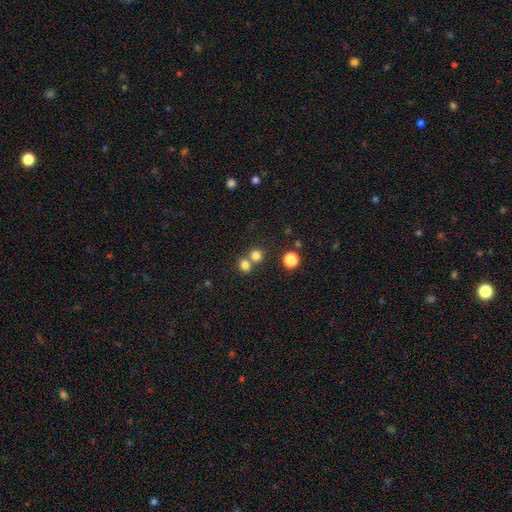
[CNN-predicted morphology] Smooth or featured? smooth (77%)
How rounded? round (85%)
Merging? none (55%)